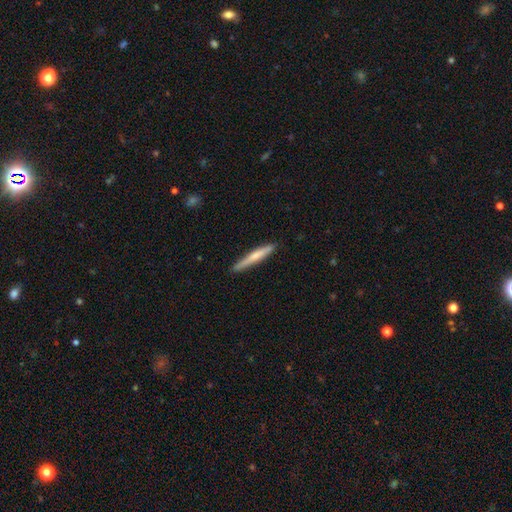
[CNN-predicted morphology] Smooth or featured? Predicted: smooth (p=0.61). How rounded? Predicted: cigar-shaped (p=0.95). Merging? Predicted: none (p=0.87).